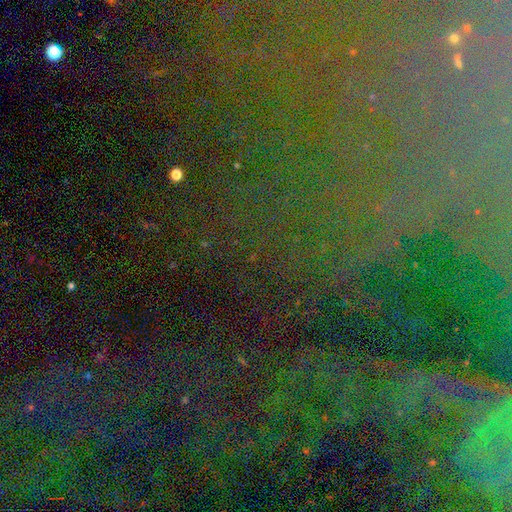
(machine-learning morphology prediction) star or artifact 78%, featured or disk 12%, smooth 10%.